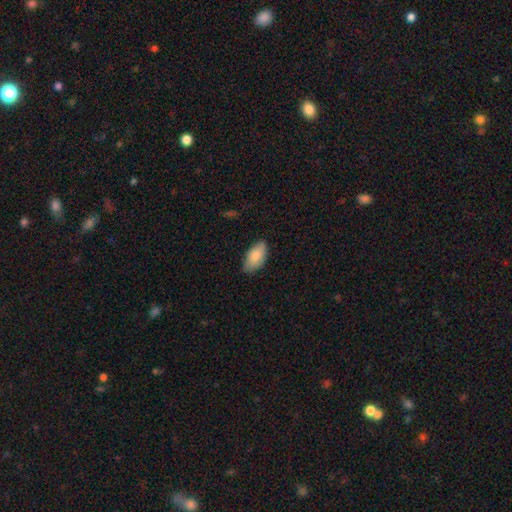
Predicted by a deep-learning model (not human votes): This is clearly a smooth galaxy (82%). How rounded: clearly in between (94%). Merging: likely none (76%).